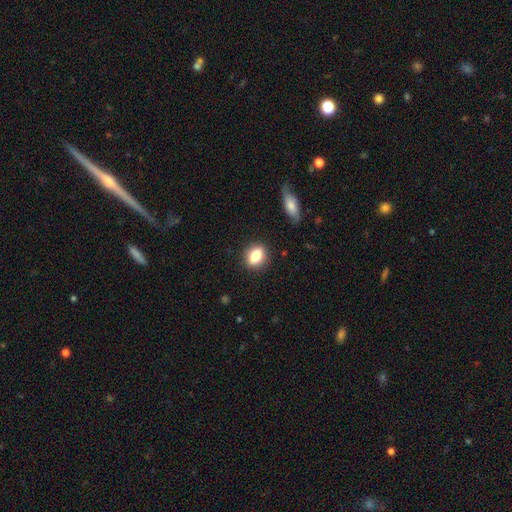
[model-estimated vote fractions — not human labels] Smooth or featured? smooth (80%)
How rounded? in between (69%)
Merging? none (86%)